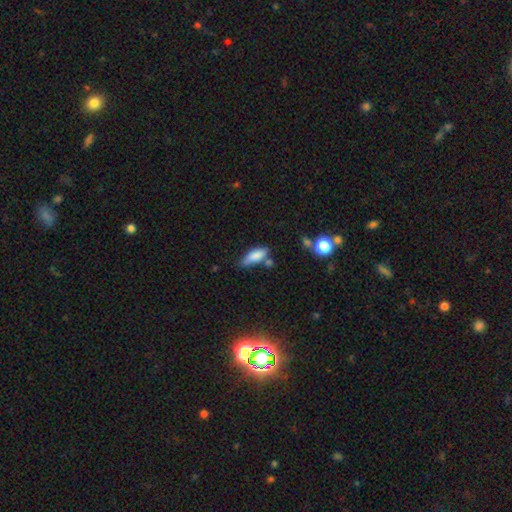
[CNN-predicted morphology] A smooth galaxy with no disk features (80%) that is in between round and cigar-shaped (68%).

Vote fractions:
- Smooth or featured? smooth: 80% / featured or disk: 12% / star or artifact: 8%
- How rounded? in between: 68% / cigar-shaped: 30% / round: 2%
- Merging? none: 51% / minor disturbance: 29% / merger: 12% / major disturbance: 8%